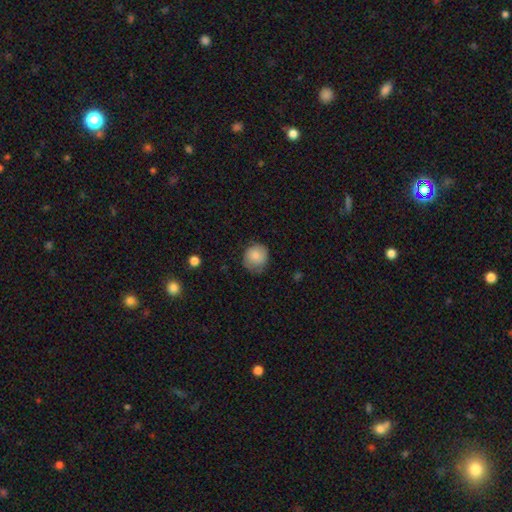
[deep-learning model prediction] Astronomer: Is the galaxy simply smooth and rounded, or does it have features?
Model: smooth — 82%.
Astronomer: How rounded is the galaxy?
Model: round — 84%.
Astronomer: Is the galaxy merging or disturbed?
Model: none — 70%.